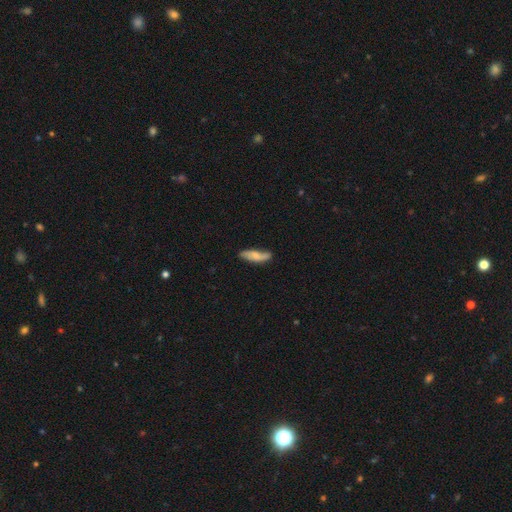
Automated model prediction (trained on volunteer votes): Q: Smooth or featured?
A: smooth (53%); runner-up: featured or disk (40%)
Q: How rounded?
A: in between (50%); runner-up: cigar-shaped (48%)
Q: Merging?
A: none (72%); runner-up: minor disturbance (22%)